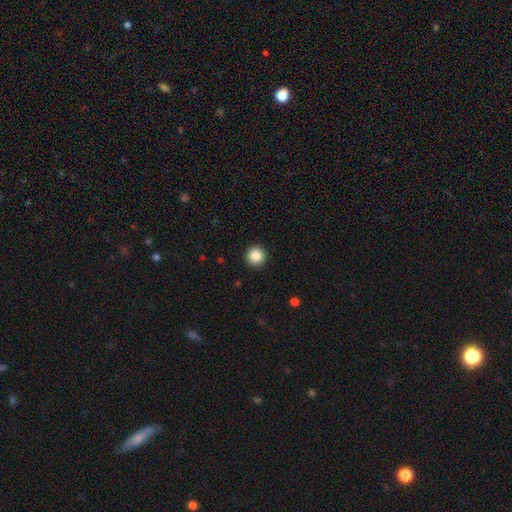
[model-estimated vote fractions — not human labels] smooth 86%, star or artifact 9%, featured or disk 5%. Down the decision tree: how rounded — round (94%); merging — none (93%).